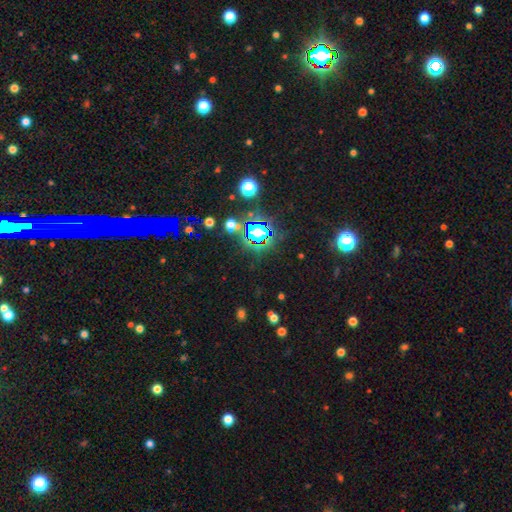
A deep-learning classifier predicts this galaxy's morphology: smooth-or-featured: star or artifact: 75% | smooth: 14% | featured or disk: 11%